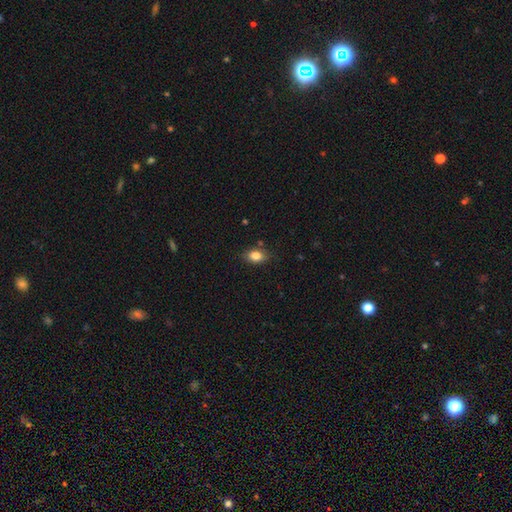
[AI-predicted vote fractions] smooth_or_featured: smooth (p=0.82) [alt: star or artifact p=0.09]
how_rounded: in between (p=0.77) [alt: round p=0.20]
merging: none (p=0.80) [alt: minor disturbance p=0.15]